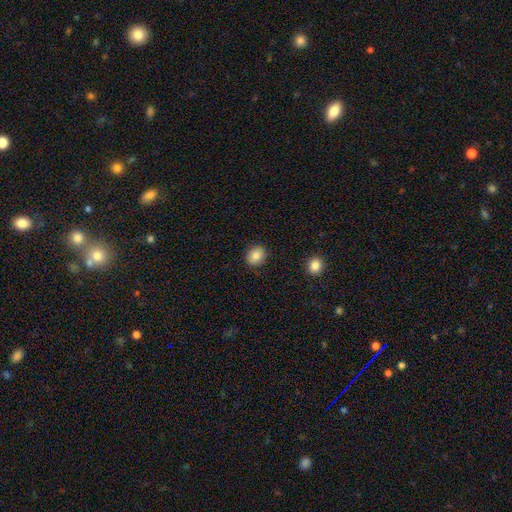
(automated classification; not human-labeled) The model was most divided on "how rounded": round: 63%, in between: 36%, cigar-shaped: 1%. More confident: merging — none (89%); smooth or featured — smooth (86%).